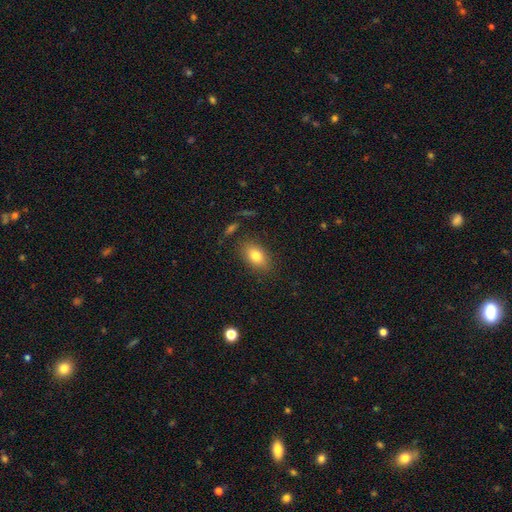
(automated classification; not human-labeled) A smooth galaxy with no disk features (80%) that is in between round and cigar-shaped (86%). Merging: none (83%).